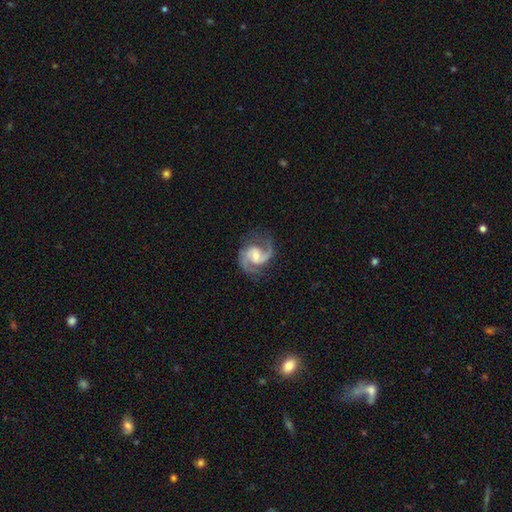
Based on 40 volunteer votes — This appears to be a featured or disk galaxy (85%) with no bar (47%), 2 (100%) medium (76%) spiral arms (100%) and a moderate central bulge (53%). Merging: none (67%).